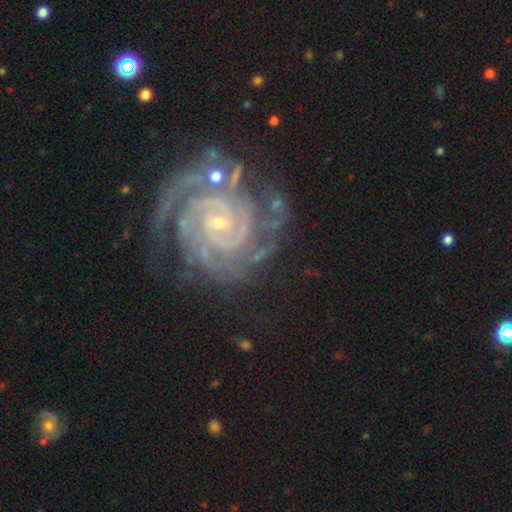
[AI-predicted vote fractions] This appears to be a featured or disk galaxy (91%) with no bar (60%), 2 (42%) tight (85%) spiral arms (99%) and a small central bulge (78%). Merging: none (77%).